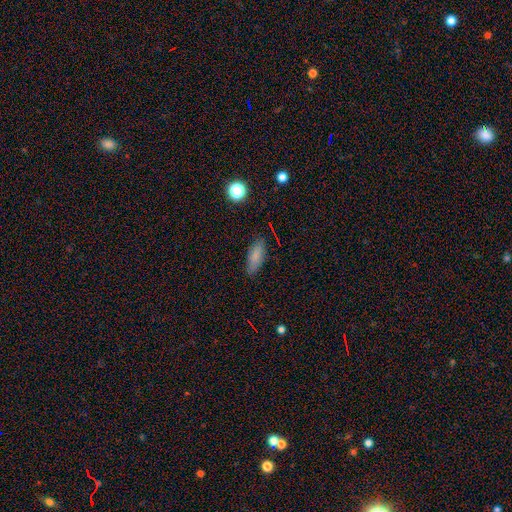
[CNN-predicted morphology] Q: Smooth or featured?
A: smooth (78%); runner-up: featured or disk (12%)
Q: How rounded?
A: in between (72%); runner-up: cigar-shaped (25%)
Q: Merging?
A: none (80%); runner-up: minor disturbance (15%)